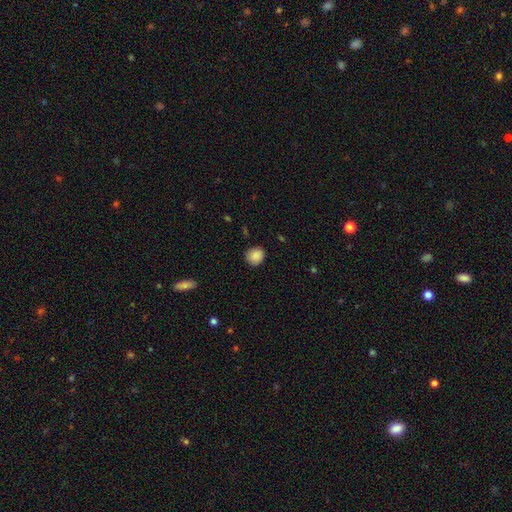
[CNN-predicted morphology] Smooth or featured?
  - smooth: 88% *
  - star or artifact: 8%
  - featured or disk: 4%
How rounded?
  - round: 80% *
  - in between: 19%
  - cigar-shaped: 1%
Merging?
  - none: 82% *
  - minor disturbance: 14%
  - major disturbance: 3%
  - merger: 1%